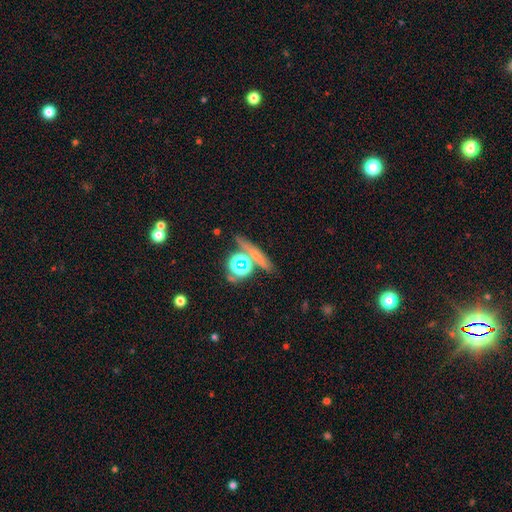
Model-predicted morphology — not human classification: Smooth or featured? Predicted: smooth (p=0.43). Merging? Predicted: none (p=0.74).